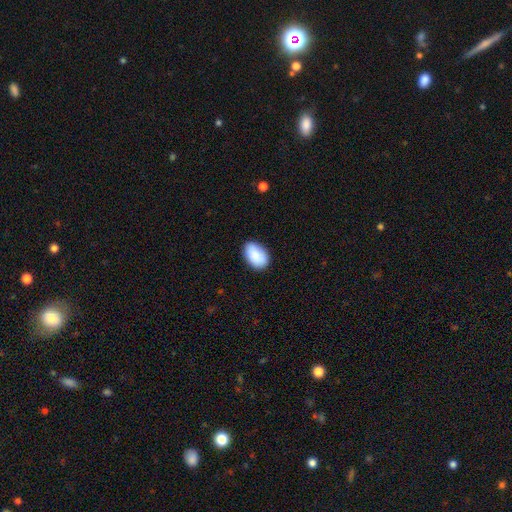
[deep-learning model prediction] Q: Smooth or featured?
A: smooth (89%); runner-up: star or artifact (7%)
Q: How rounded?
A: in between (91%); runner-up: round (8%)
Q: Merging?
A: none (81%); runner-up: minor disturbance (15%)